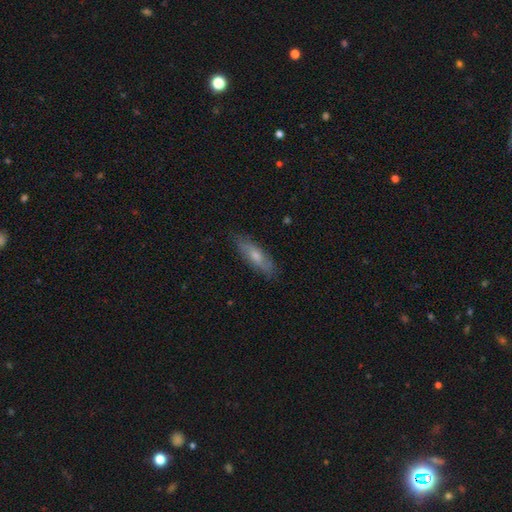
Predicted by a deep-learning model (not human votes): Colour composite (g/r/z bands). It shows a smooth galaxy with no disk features (57%) that is cigar-shaped (54%). Merging: none (81%).